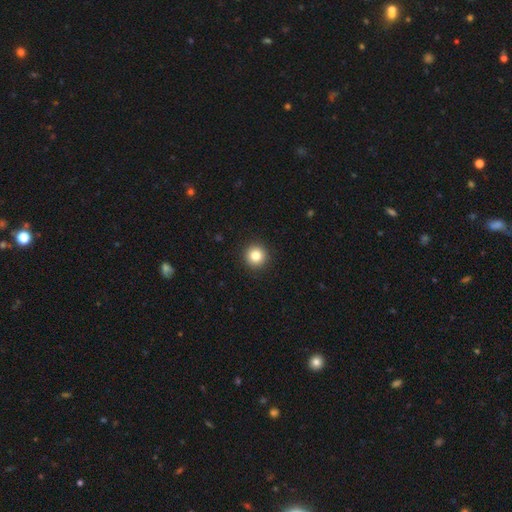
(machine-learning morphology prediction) This is clearly a smooth galaxy (83%). How rounded: clearly round (96%). Merging: clearly none (93%).